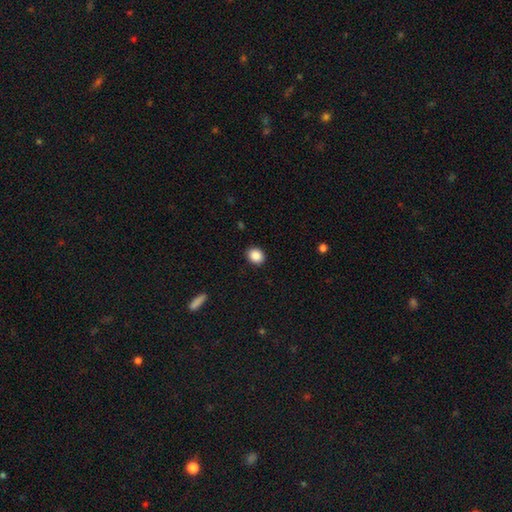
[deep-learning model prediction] smooth_or_featured: smooth (p=0.88) [alt: star or artifact p=0.08]
how_rounded: round (p=0.59) [alt: in between p=0.40]
merging: none (p=0.90) [alt: minor disturbance p=0.07]